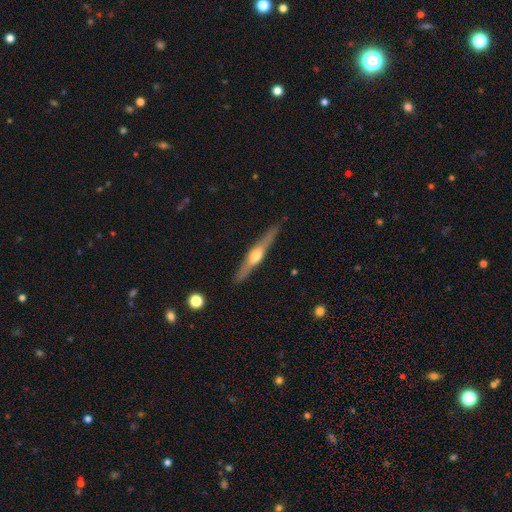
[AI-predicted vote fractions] Overall: featured or disk (71%). Edge-on disk: yes (97%). Edge-on bulge: rounded (90%). Merging: none (88%).